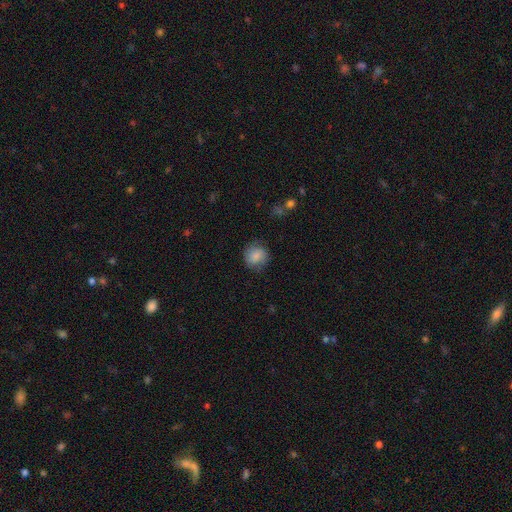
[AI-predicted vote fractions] Smooth or featured? Predicted: smooth (p=0.80). How rounded? Predicted: round (p=0.82). Merging? Predicted: none (p=0.76).